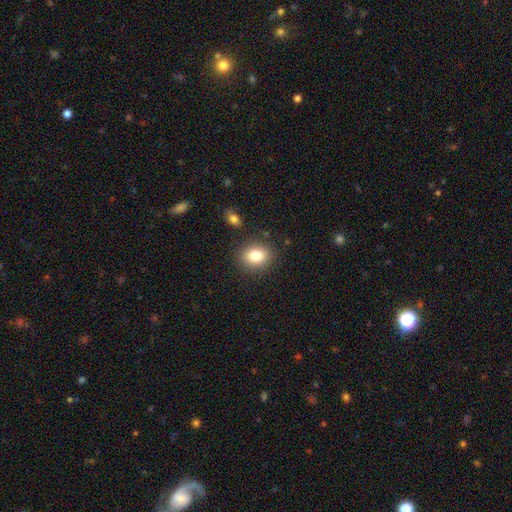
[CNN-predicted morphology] The model was most divided on "how rounded": in between: 51%, round: 48%, cigar-shaped: 1%. More confident: merging — none (85%); smooth or featured — smooth (82%).